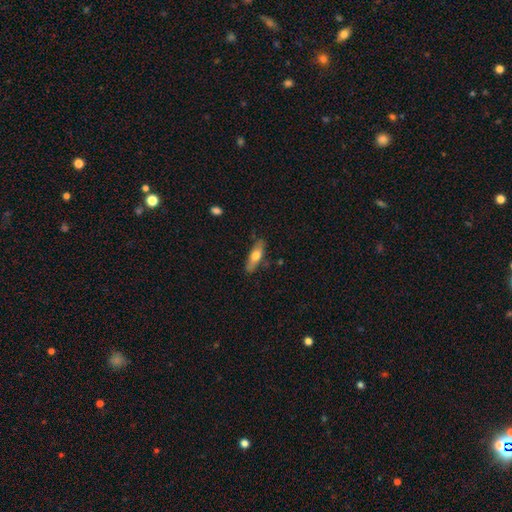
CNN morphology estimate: Q: Smooth or featured?
A: smooth (61%); runner-up: featured or disk (33%)
Q: How rounded?
A: cigar-shaped (49%); runner-up: in between (48%)
Q: Merging?
A: none (80%); runner-up: minor disturbance (14%)